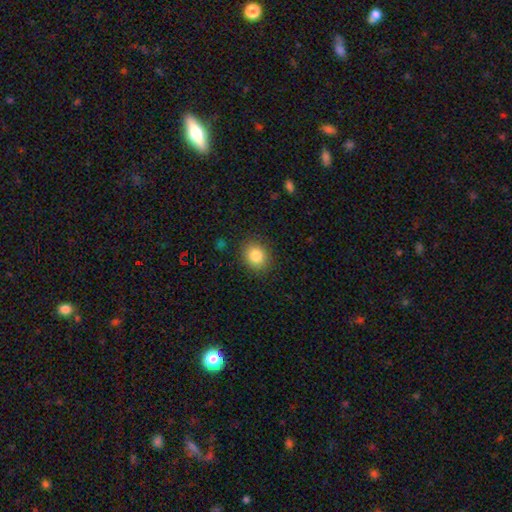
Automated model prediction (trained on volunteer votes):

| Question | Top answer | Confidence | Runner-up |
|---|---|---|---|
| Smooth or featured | smooth | 83% | star or artifact (10%) |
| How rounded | round | 66% | in between (33%) |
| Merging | none | 88% | minor disturbance (8%) |